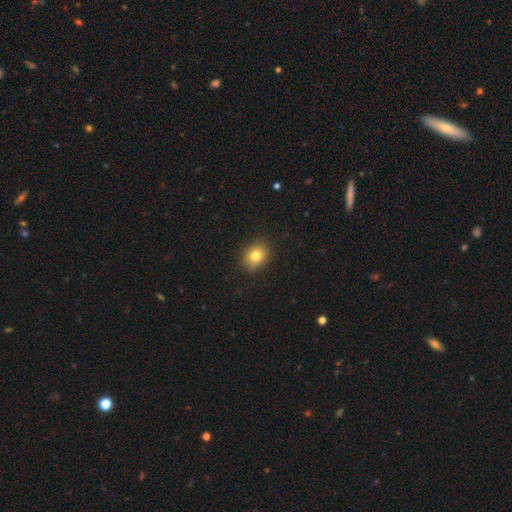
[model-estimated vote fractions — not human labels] smooth_or_featured: smooth (p=0.80) [alt: star or artifact p=0.10]
how_rounded: in between (p=0.51) [alt: round p=0.48]
merging: none (p=0.86) [alt: minor disturbance p=0.11]